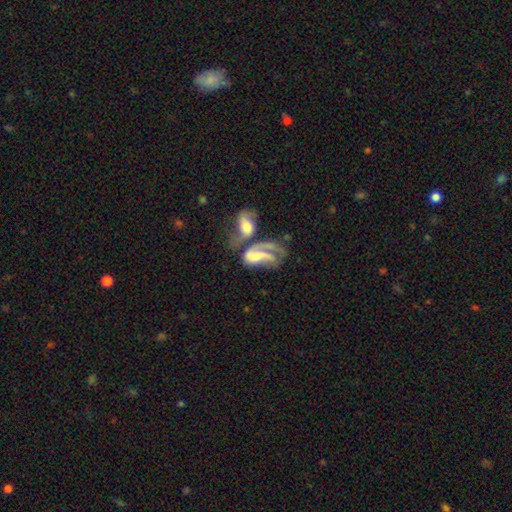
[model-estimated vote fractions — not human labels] Morphology: type=featured or disk (62%); edge-on=no (94%); bar=no (49%); spiral arms=yes (77%); bulge=moderate (31%); merging=merger (55%).